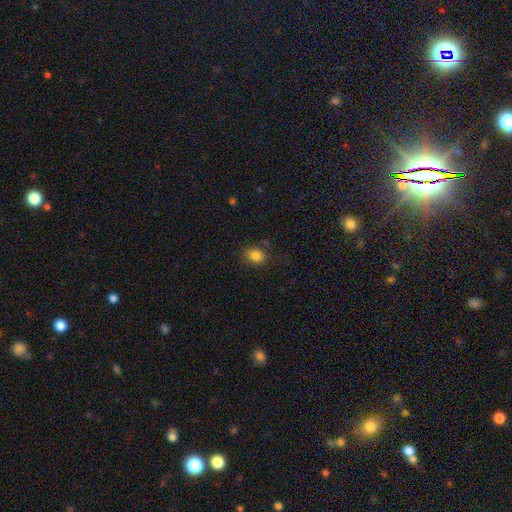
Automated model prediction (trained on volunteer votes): Q: Smooth or featured?
A: smooth (83%); runner-up: star or artifact (11%)
Q: How rounded?
A: round (53%); runner-up: in between (46%)
Q: Merging?
A: none (78%); runner-up: minor disturbance (15%)